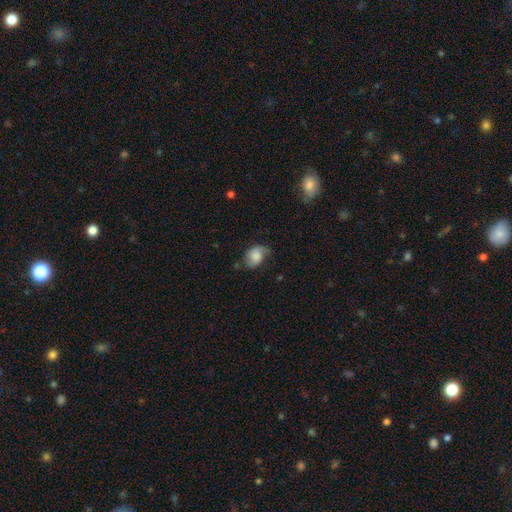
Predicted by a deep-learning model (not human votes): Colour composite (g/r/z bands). It shows a smooth galaxy with no disk features (49%). Merging: none (51%).